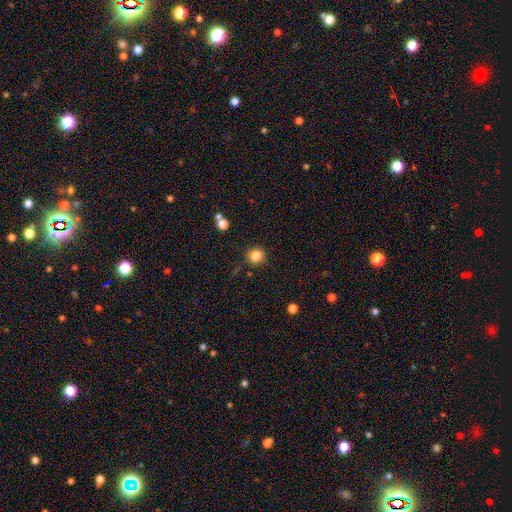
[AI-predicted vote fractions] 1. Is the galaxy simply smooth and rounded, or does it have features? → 83% smooth, 12% star or artifact, 5% featured or disk.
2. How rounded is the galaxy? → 90% round, 9% in between, 1% cigar-shaped.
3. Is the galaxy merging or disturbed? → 83% none, 11% minor disturbance, 3% major disturbance, 3% merger.